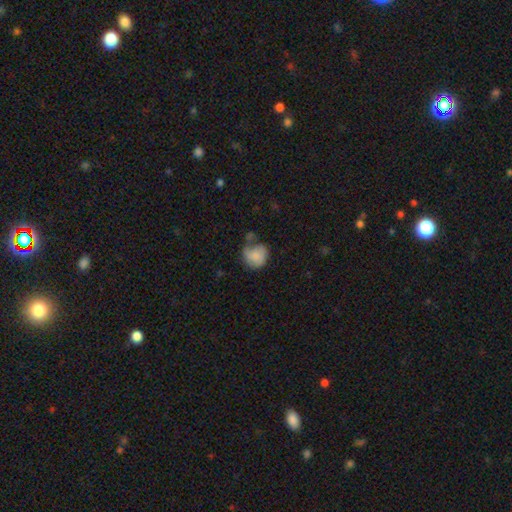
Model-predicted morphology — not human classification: Smooth or featured: smooth — 70% (featured or disk — 22%)
How rounded: round — 72% (in between — 27%)
Merging: none — 40% (minor disturbance — 30%)